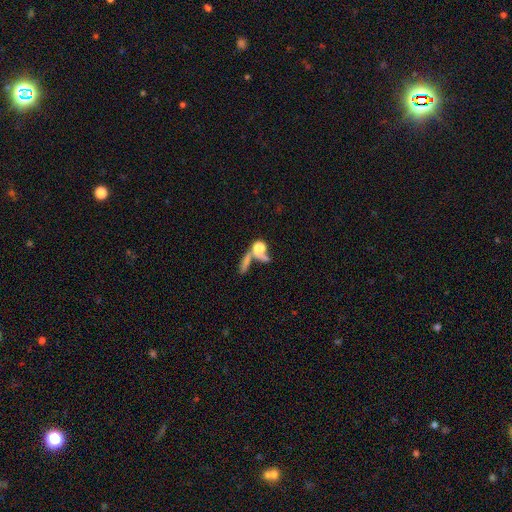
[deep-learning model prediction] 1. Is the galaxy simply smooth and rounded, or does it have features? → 48% smooth, 29% featured or disk, 23% star or artifact.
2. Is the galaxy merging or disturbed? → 39% none, 37% merger, 12% major disturbance, 11% minor disturbance.